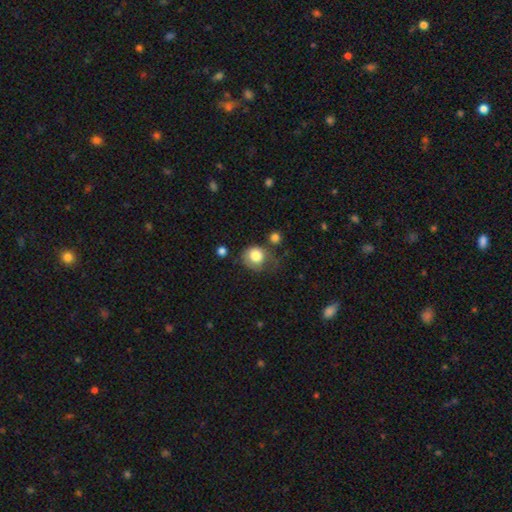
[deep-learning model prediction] The model was most divided on "merging": none: 42%, minor disturbance: 30%, major disturbance: 21%, merger: 7%. More confident: smooth or featured — smooth (80%); how rounded — round (74%).